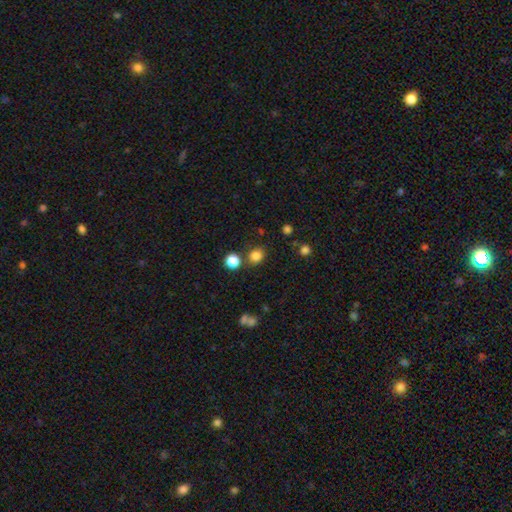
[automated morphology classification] smooth-or-featured: smooth: 81% | star or artifact: 14% | featured or disk: 5%
  how-rounded: round: 76% | in between: 23% | cigar-shaped: 1%
  merging: none: 79% | minor disturbance: 9% | merger: 8% | major disturbance: 3%